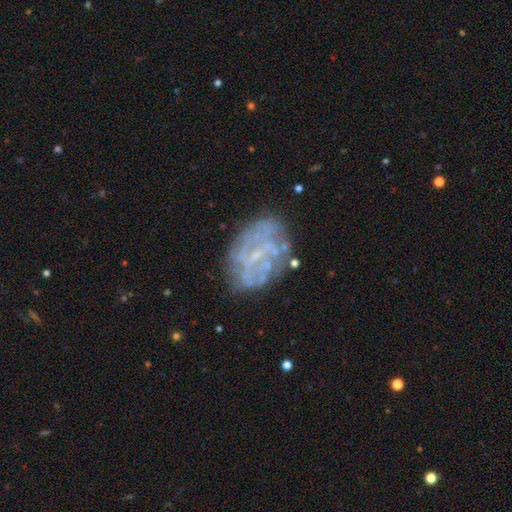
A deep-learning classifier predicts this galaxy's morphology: Smooth or featured?
  - featured or disk: 67% *
  - smooth: 19%
  - star or artifact: 14%
Edge-on disk?
  - no: 97% *
  - yes: 3%
Bar?
  - no: 65% *
  - weak: 26%
  - strong: 9%
Spiral arms?
  - no: 60% *
  - yes: 40%
Bulge size?
  - small: 53% *
  - none: 37%
  - moderate: 8%
  - large: 1%
  - dominant: 1%
Merging?
  - none: 68% *
  - minor disturbance: 17%
  - major disturbance: 11%
  - merger: 4%